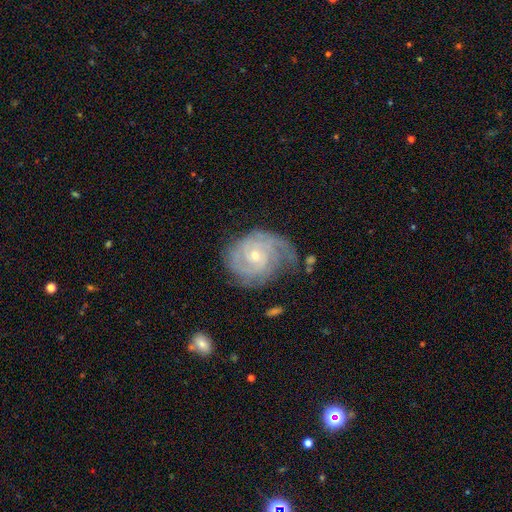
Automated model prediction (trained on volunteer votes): smooth-or-featured: featured or disk: 87% | smooth: 8% | star or artifact: 5%
  disk-edge-on: no: 98% | yes: 2%
    bar: no: 69% | weak: 26% | strong: 5%
    has-spiral-arms: yes: 97% | no: 3%
      spiral-winding: tight: 70% | medium: 25% | loose: 5%
      spiral-arm-count: 2: 29% | can't tell: 25% | 3: 24% | 4: 10% | 1: 6% | more than 4: 6%
    bulge-size: small: 69% | moderate: 29% | large: 1% | none: 1% | dominant: 1%
  merging: none: 64% | minor disturbance: 23% | major disturbance: 11% | merger: 2%